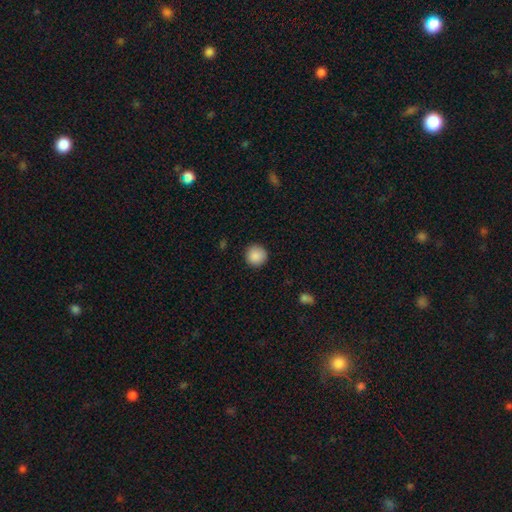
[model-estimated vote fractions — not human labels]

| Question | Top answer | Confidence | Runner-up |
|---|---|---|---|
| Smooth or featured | smooth | 89% | star or artifact (8%) |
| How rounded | round | 95% | in between (4%) |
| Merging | none | 91% | minor disturbance (6%) |